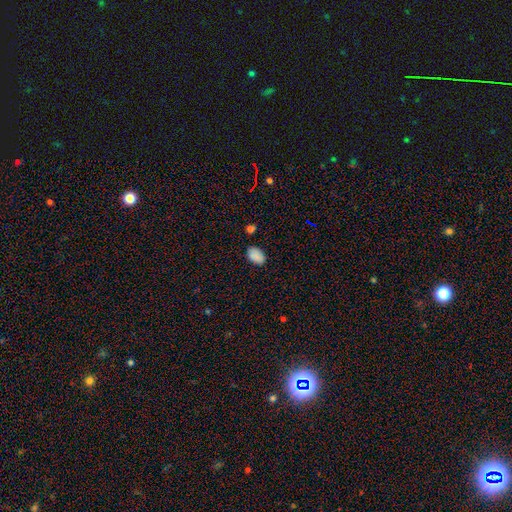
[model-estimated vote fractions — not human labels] This is clearly a smooth galaxy (87%). How rounded: clearly in between (90%). Merging: clearly none (81%).